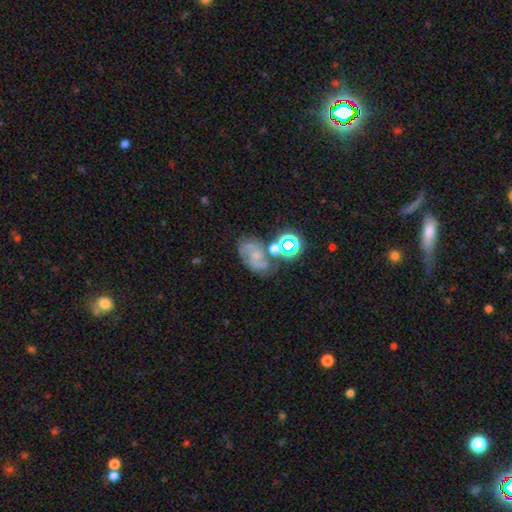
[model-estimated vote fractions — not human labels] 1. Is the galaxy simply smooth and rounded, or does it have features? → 54% featured or disk, 25% smooth, 21% star or artifact.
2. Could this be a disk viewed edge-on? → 96% no, 4% yes.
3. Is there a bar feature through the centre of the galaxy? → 64% no, 28% weak, 8% strong.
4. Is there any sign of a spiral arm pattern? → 79% yes, 21% no.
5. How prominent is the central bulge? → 63% small, 22% moderate, 10% none, 2% large, 2% dominant.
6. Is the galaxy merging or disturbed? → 48% none, 20% merger, 20% minor disturbance, 12% major disturbance.